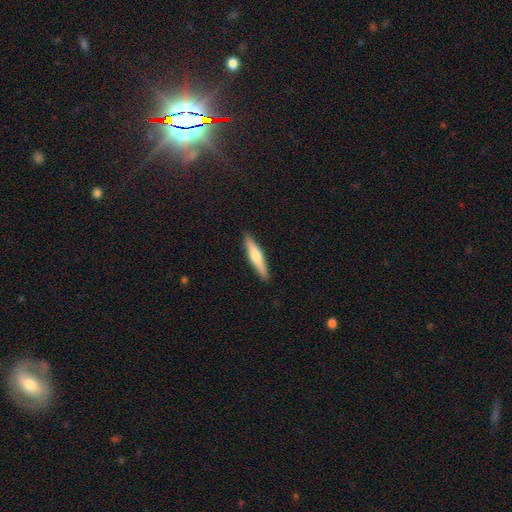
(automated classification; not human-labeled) A smooth galaxy with no disk features (52%) that is cigar-shaped (87%).

Vote fractions:
- Smooth or featured? smooth: 52% / featured or disk: 42% / star or artifact: 5%
- How rounded? cigar-shaped: 87% / in between: 11% / round: 1%
- Merging? none: 91% / minor disturbance: 6% / major disturbance: 1% / merger: 1%